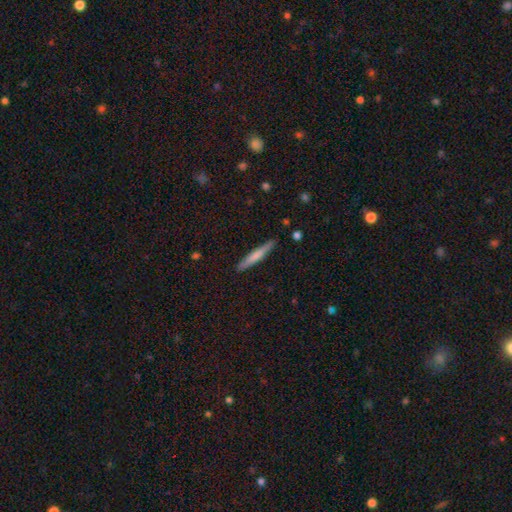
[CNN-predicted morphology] This appears to be a smooth galaxy with no disk features (64%) that is cigar-shaped (94%). Merging: none (89%).